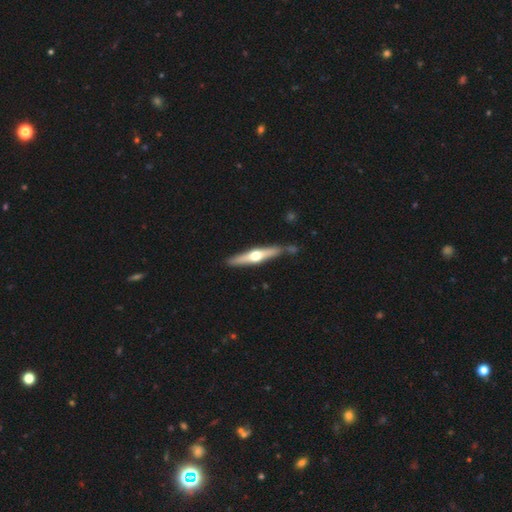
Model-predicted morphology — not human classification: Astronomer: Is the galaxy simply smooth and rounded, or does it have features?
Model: featured or disk — 66%.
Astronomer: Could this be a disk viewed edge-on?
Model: yes — 96%.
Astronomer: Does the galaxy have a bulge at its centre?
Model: rounded — 95%.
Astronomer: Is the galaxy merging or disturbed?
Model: none — 80%.